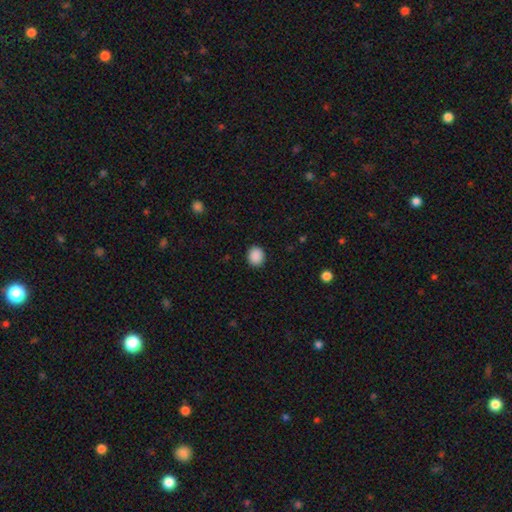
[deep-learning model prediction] smooth 89%, star or artifact 9%, featured or disk 2%. Down the decision tree: how rounded — round (76%); merging — none (91%).